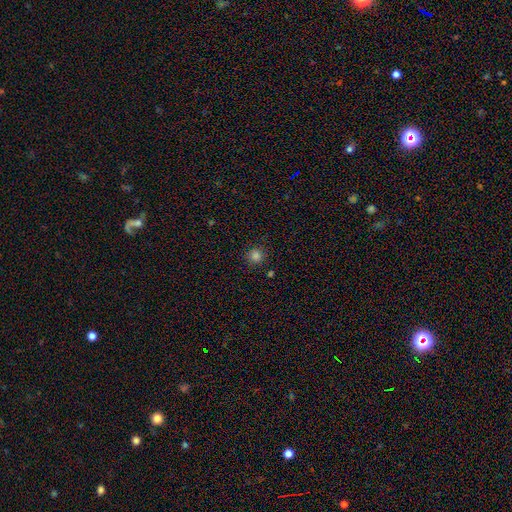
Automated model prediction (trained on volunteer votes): Smooth or featured: smooth — 83% (star or artifact — 14%)
How rounded: round — 93% (in between — 6%)
Merging: none — 88% (minor disturbance — 8%)